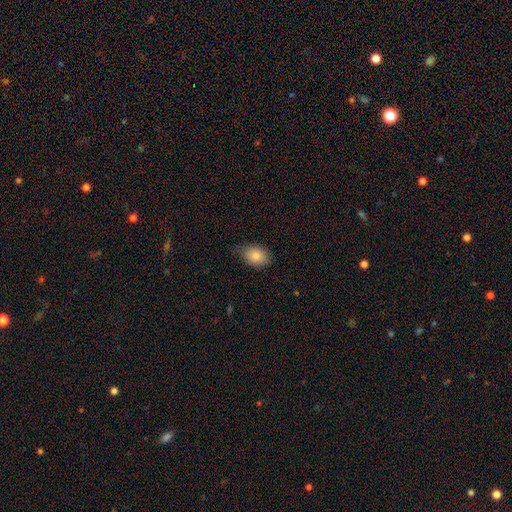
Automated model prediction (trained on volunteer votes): Overall: smooth (85%). How rounded: in between (77%). Merging: none (71%).